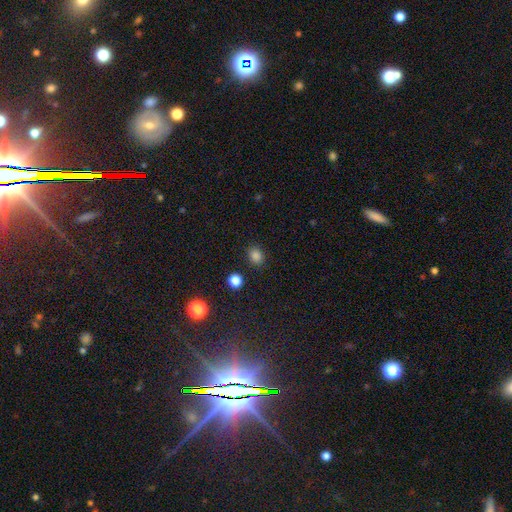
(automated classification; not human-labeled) A smooth galaxy with no disk features (84%) that is round (52%).

Vote fractions:
- Smooth or featured? smooth: 84% / star or artifact: 13% / featured or disk: 3%
- How rounded? round: 52% / in between: 47% / cigar-shaped: 1%
- Merging? none: 87% / minor disturbance: 8% / major disturbance: 3% / merger: 2%